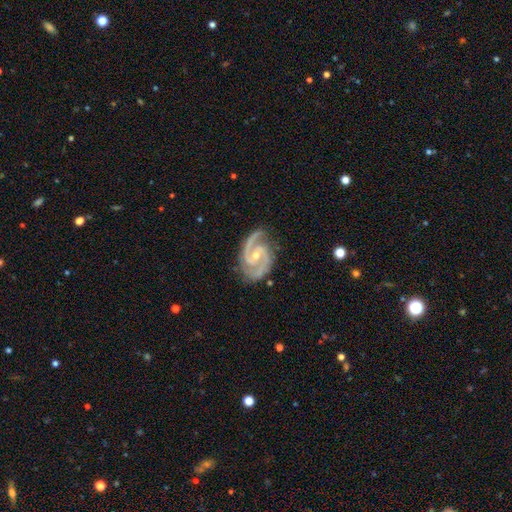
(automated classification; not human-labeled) Smooth or featured? Predicted: featured or disk (p=0.94). Edge-on disk? Predicted: no (p=0.98). Bar? Predicted: no (p=0.47). Spiral arms? Predicted: yes (p=0.99). Spiral winding? Predicted: medium (p=0.57). Spiral arm count? Predicted: 2 (p=0.89). Bulge size? Predicted: small (p=0.61). Merging? Predicted: none (p=0.80).